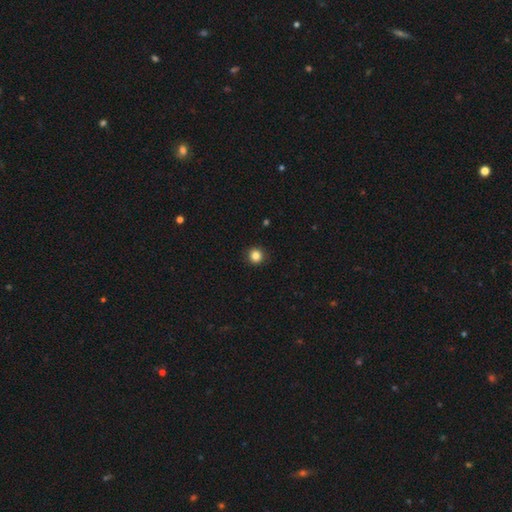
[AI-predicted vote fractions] This appears to be a smooth galaxy with no disk features (84%) that is round (94%). Merging: none (92%).